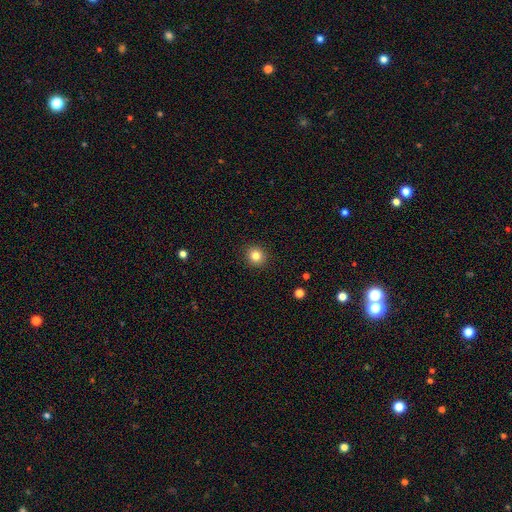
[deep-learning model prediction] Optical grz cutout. It shows a smooth galaxy with no disk features (82%) that is round (88%). Merging: none (92%).